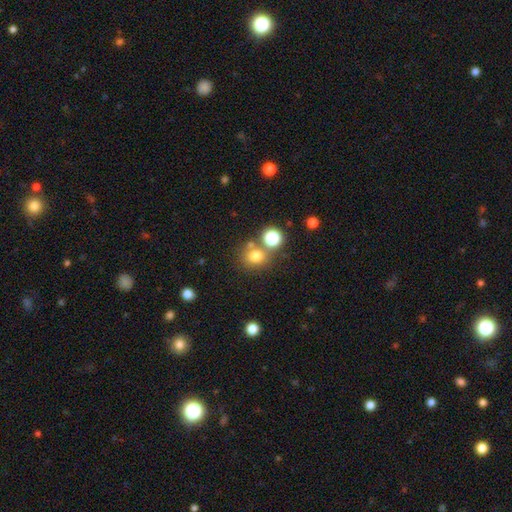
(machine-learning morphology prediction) Smooth or featured: smooth — 73% (star or artifact — 18%)
How rounded: round — 79% (in between — 20%)
Merging: none — 65% (merger — 21%)